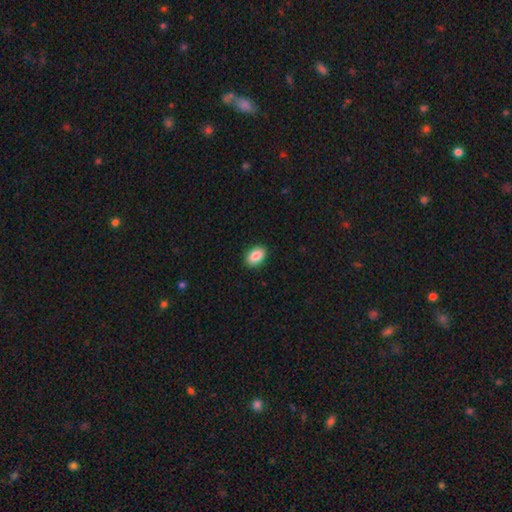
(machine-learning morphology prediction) smooth_or_featured: smooth (p=0.87) [alt: star or artifact p=0.07]
how_rounded: in between (p=0.87) [alt: round p=0.12]
merging: none (p=0.91) [alt: minor disturbance p=0.07]